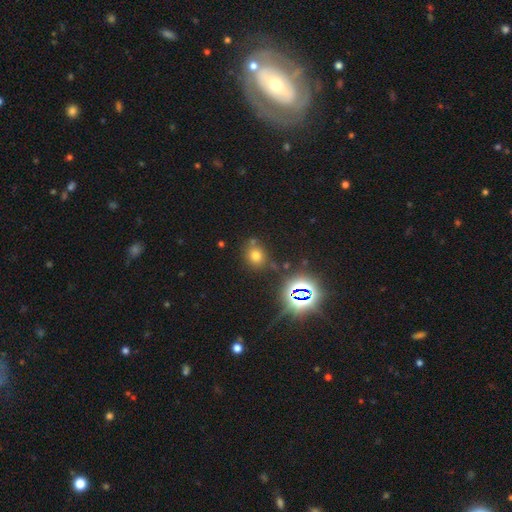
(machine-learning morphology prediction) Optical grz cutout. It shows a smooth galaxy with no disk features (63%) that is round (72%). Merging: none (72%).